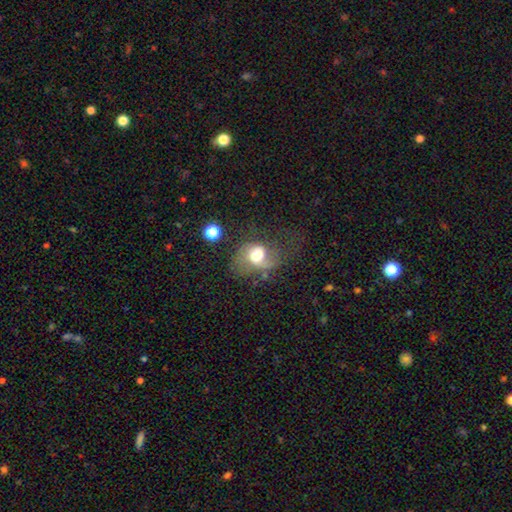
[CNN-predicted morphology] This appears to be a featured or disk galaxy (47%). Merging: major disturbance (41%).